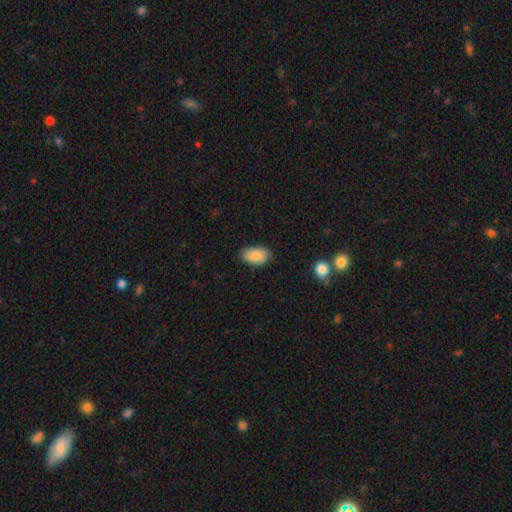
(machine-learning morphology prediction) The model was most divided on "merging": none: 82%, minor disturbance: 14%, major disturbance: 3%, merger: 1%. More confident: how rounded — in between (93%); smooth or featured — smooth (85%).